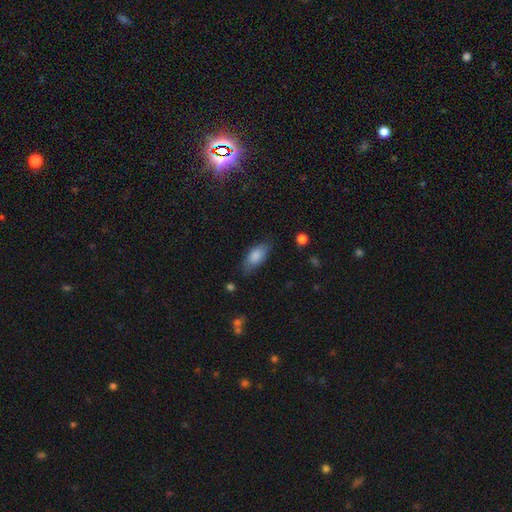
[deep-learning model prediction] smooth-or-featured: smooth: 82% | featured or disk: 11% | star or artifact: 7%
  how-rounded: in between: 86% | cigar-shaped: 11% | round: 3%
  merging: none: 70% | minor disturbance: 22% | major disturbance: 6% | merger: 2%